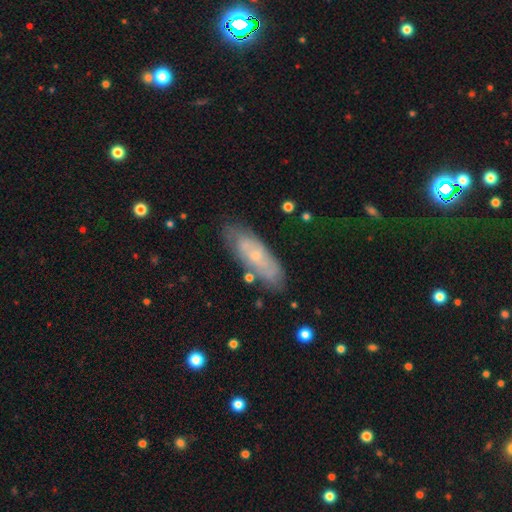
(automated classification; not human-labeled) featured or disk 52%, smooth 40%, star or artifact 8%. Down the decision tree: edge-on disk — no (77%); merging — none (74%).